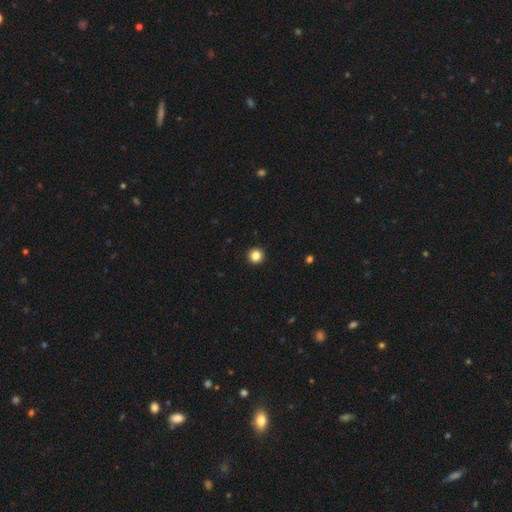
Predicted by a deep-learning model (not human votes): smooth 84%, star or artifact 11%, featured or disk 4%. Down the decision tree: how rounded — round (96%); merging — none (94%).